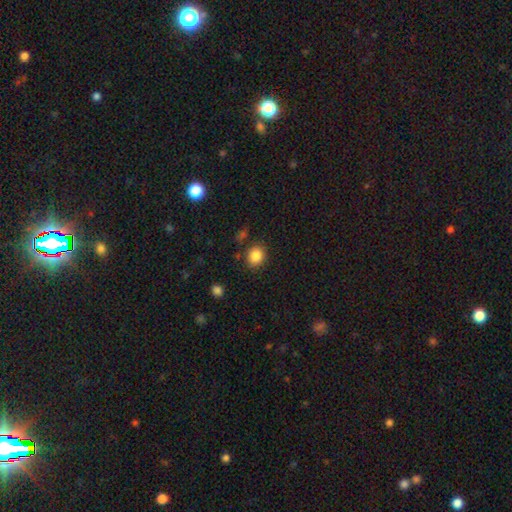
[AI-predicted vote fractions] smooth_or_featured: smooth (p=0.86) [alt: star or artifact p=0.10]
how_rounded: round (p=0.69) [alt: in between p=0.30]
merging: none (p=0.84) [alt: minor disturbance p=0.10]